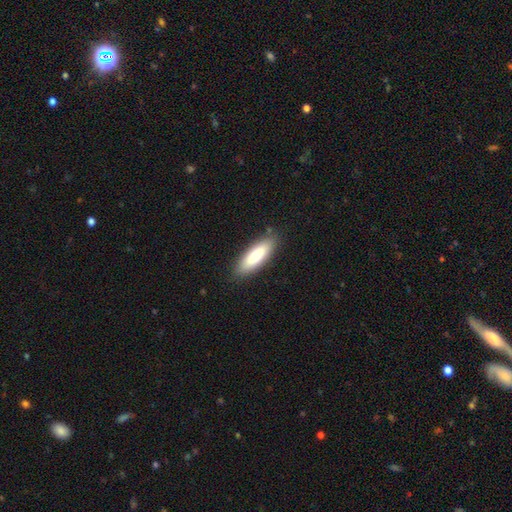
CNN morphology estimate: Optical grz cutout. It shows a smooth galaxy with no disk features (84%) that is in between round and cigar-shaped (55%). Merging: none (86%).